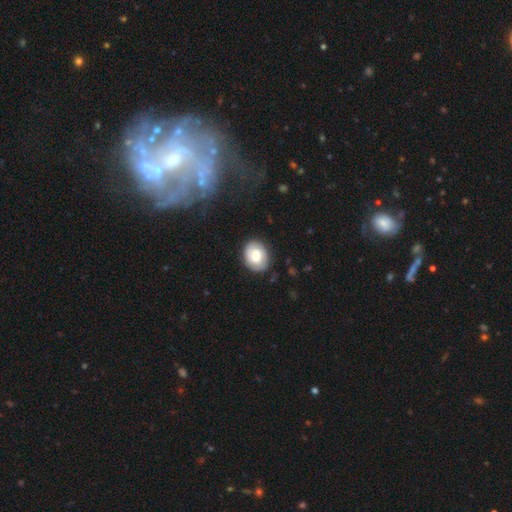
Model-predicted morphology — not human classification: Smooth or featured: smooth — 60% (featured or disk — 32%)
How rounded: in between — 54% (round — 46%)
Merging: none — 83% (minor disturbance — 13%)